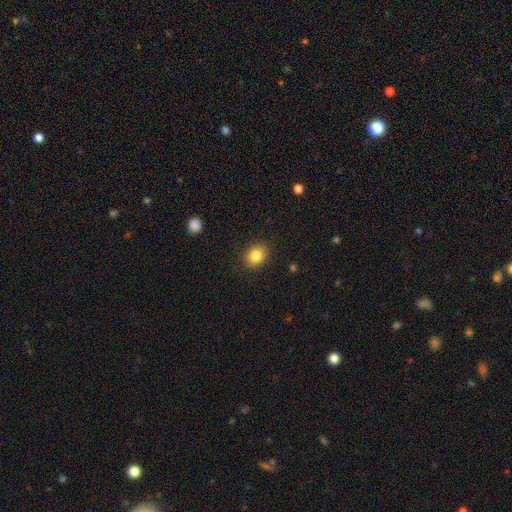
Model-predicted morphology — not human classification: Overall: smooth (84%). How rounded: in between (53%; round 46%). Merging: none (88%).